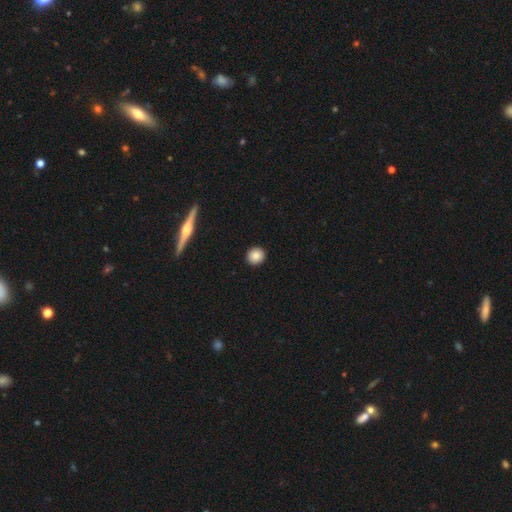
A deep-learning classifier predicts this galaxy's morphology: The model was most divided on "smooth or featured": smooth: 85%, star or artifact: 9%, featured or disk: 6%. More confident: merging — none (92%); how rounded — round (89%).